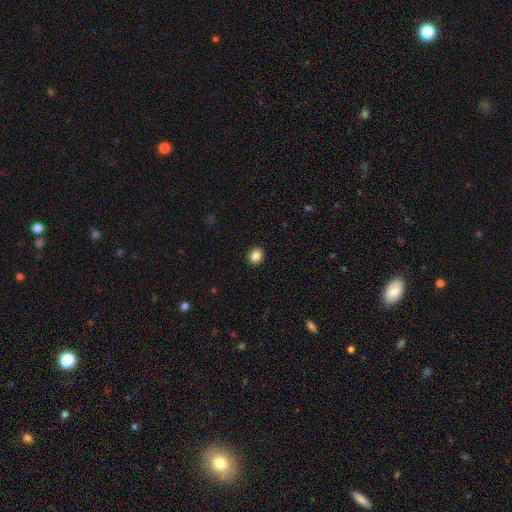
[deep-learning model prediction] Smooth or featured: smooth — 87% (star or artifact — 9%)
How rounded: round — 68% (in between — 31%)
Merging: none — 92% (minor disturbance — 5%)